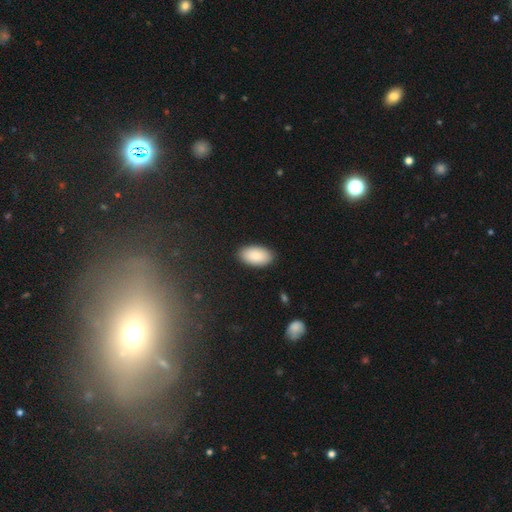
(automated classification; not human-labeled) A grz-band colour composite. It shows a smooth galaxy with no disk features (89%) that is in between round and cigar-shaped (96%). Merging: none (89%).